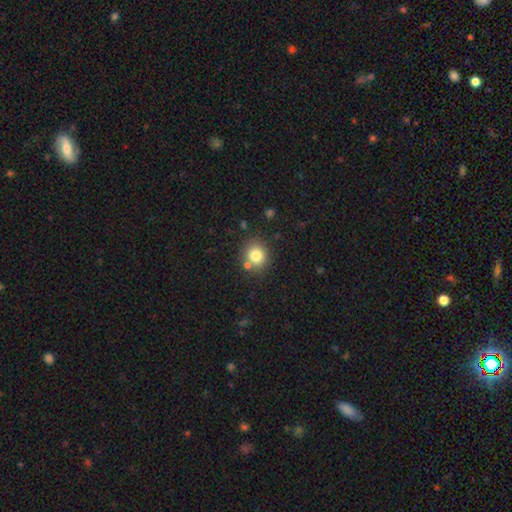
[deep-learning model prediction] smooth 79%, star or artifact 12%, featured or disk 9%. Down the decision tree: how rounded — round (83%); merging — none (75%).